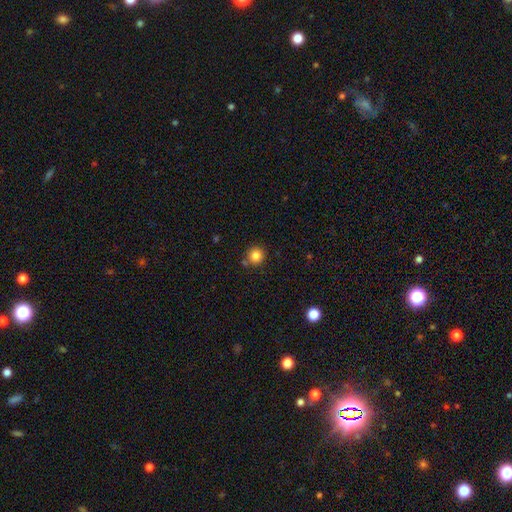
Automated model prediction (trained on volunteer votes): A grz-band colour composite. It shows a smooth galaxy with no disk features (84%) that is round (92%). Merging: none (80%).